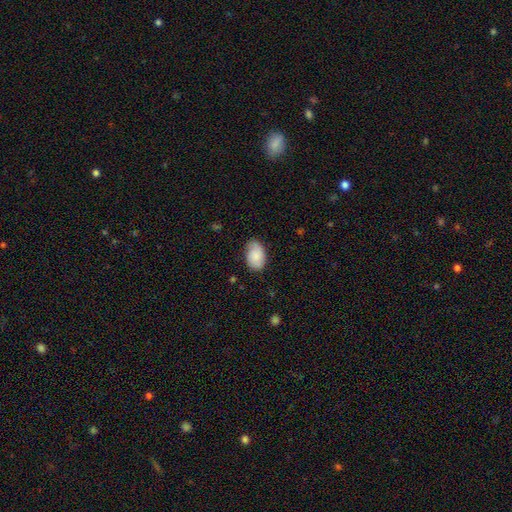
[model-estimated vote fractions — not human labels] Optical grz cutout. It shows a smooth galaxy with no disk features (81%) that is in between round and cigar-shaped (90%). Merging: none (74%).